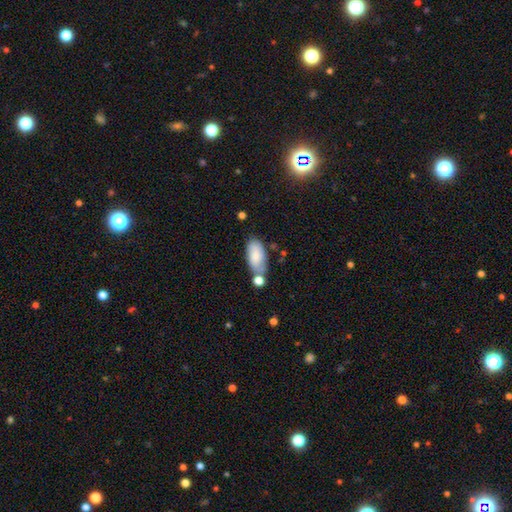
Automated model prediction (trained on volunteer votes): The model was most divided on "merging": none: 55%, minor disturbance: 20%, merger: 19%, major disturbance: 6%. More confident: how rounded — in between (92%); smooth or featured — smooth (78%).